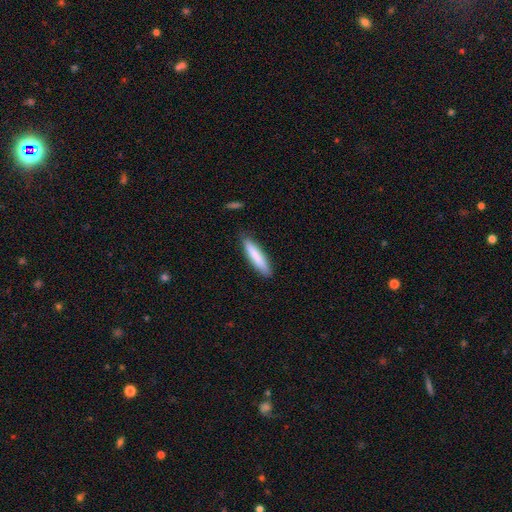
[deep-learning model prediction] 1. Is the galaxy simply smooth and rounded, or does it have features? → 82% smooth, 13% featured or disk, 5% star or artifact.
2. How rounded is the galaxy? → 83% cigar-shaped, 16% in between, 1% round.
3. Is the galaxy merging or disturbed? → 87% none, 10% minor disturbance, 2% major disturbance, 1% merger.